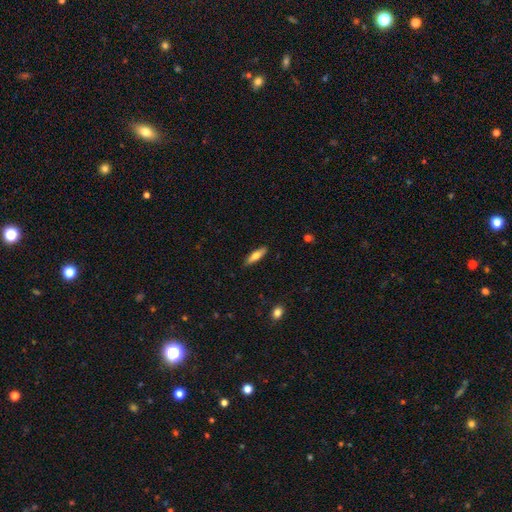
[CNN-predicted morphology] smooth-or-featured: smooth: 66% | featured or disk: 28% | star or artifact: 6%
  how-rounded: cigar-shaped: 67% | in between: 32% | round: 2%
  merging: none: 89% | minor disturbance: 9% | major disturbance: 2% | merger: 1%